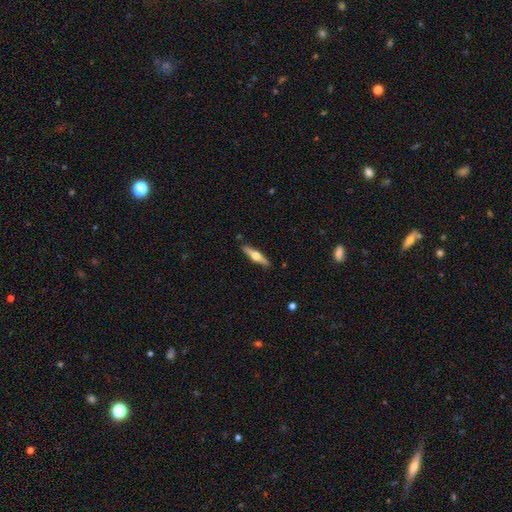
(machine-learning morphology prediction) A featured or disk galaxy (65%) viewed edge-on (97%) with a rounded central bulge (95%). Merging: none (90%).